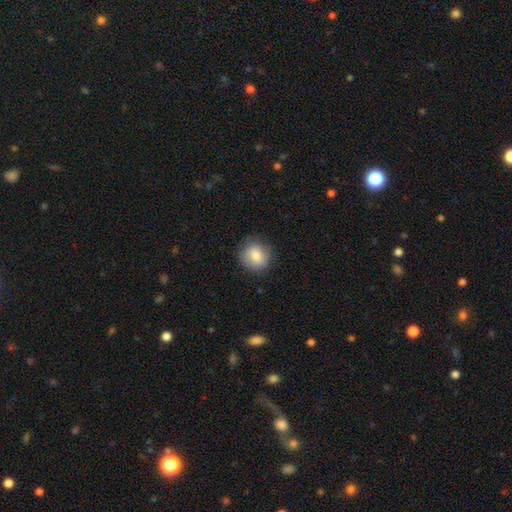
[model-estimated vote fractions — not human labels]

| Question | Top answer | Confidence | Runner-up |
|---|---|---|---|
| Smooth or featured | smooth | 80% | featured or disk (11%) |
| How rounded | round | 87% | in between (12%) |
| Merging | none | 82% | minor disturbance (13%) |